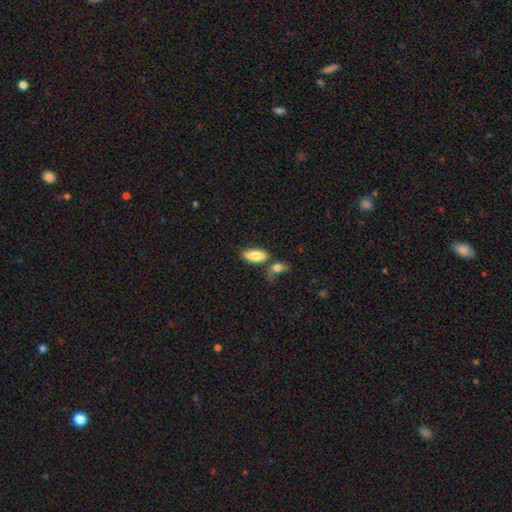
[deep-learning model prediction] smooth-or-featured: smooth: 80% | featured or disk: 13% | star or artifact: 7%
  how-rounded: in between: 83% | cigar-shaped: 14% | round: 3%
  merging: none: 45% | merger: 30% | minor disturbance: 17% | major disturbance: 8%